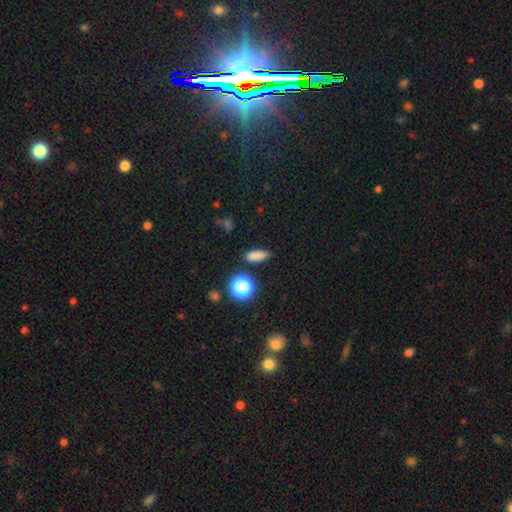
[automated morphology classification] A smooth galaxy with no disk features (79%) that is in between round and cigar-shaped (63%). Merging: none (83%).